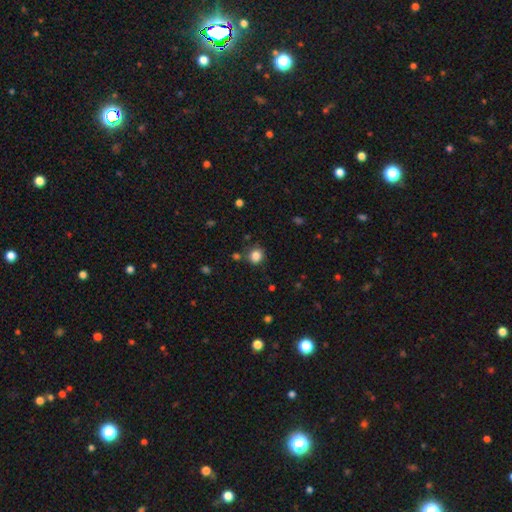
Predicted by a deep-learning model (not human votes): Overall: smooth (84%). How rounded: round (84%). Merging: none (80%).